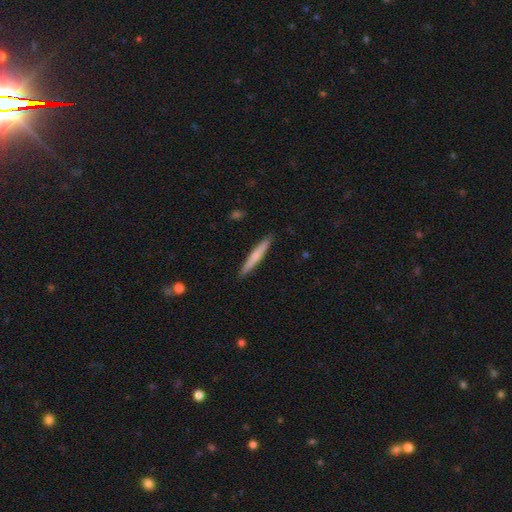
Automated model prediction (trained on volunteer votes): smooth_or_featured: smooth (p=0.60) [alt: featured or disk p=0.34]
how_rounded: cigar-shaped (p=0.95) [alt: in between p=0.03]
merging: none (p=0.91) [alt: minor disturbance p=0.07]